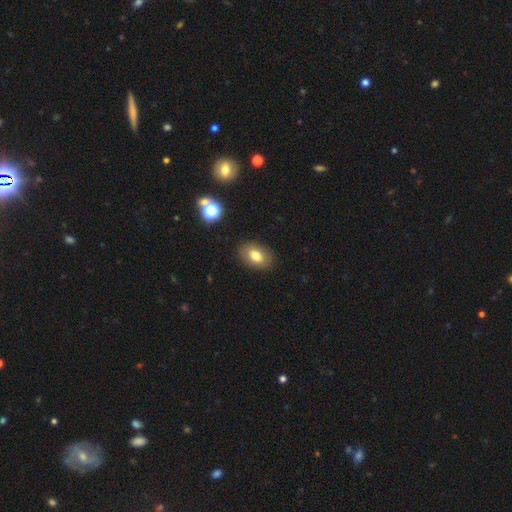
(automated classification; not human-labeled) The model was most divided on "smooth or featured": smooth: 80%, featured or disk: 11%, star or artifact: 9%. More confident: merging — none (87%); how rounded — in between (85%).